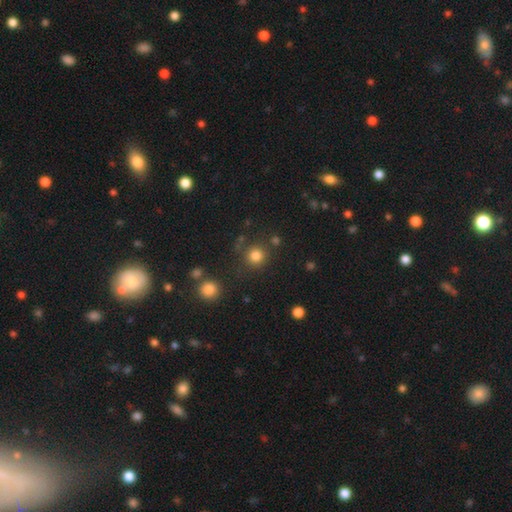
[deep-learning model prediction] Morphology: type=smooth (81%); roundness=round (94%); merging=none (81%).